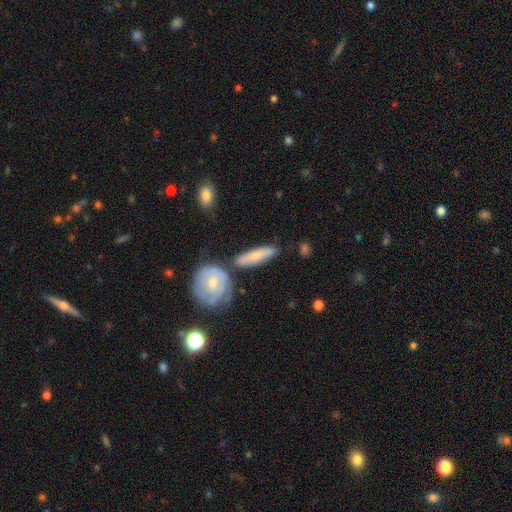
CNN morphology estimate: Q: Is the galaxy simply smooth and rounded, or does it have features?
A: smooth — 56%.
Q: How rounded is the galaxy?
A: cigar-shaped — 67%.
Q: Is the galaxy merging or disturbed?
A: none — 67%.